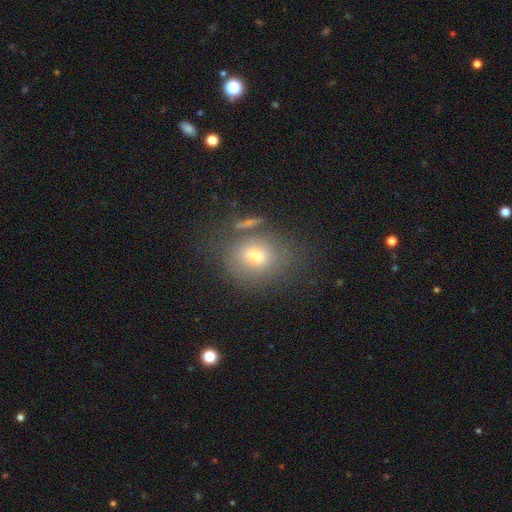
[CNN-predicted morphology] This is likely a smooth galaxy (67%). How rounded: possibly round (57%). Merging: likely none (65%).